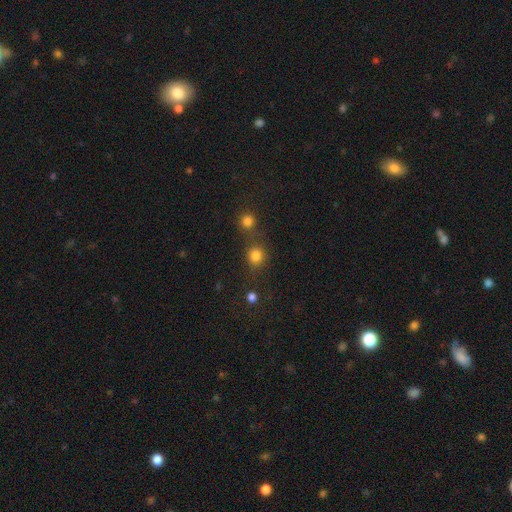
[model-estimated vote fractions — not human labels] Smooth or featured?
  - smooth: 80% *
  - star or artifact: 14%
  - featured or disk: 5%
How rounded?
  - round: 86% *
  - in between: 13%
  - cigar-shaped: 1%
Merging?
  - none: 65% *
  - merger: 21%
  - minor disturbance: 9%
  - major disturbance: 5%